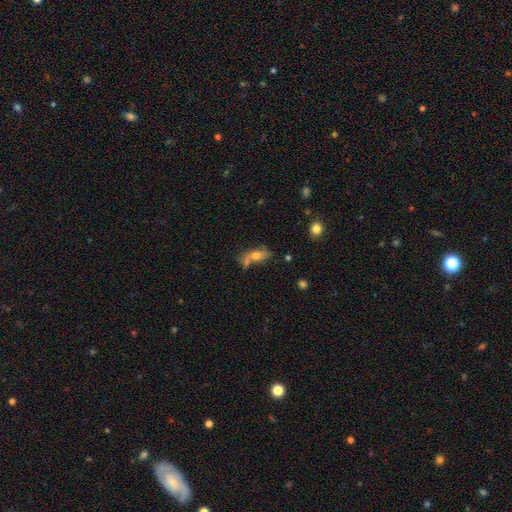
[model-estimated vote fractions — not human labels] The model was most divided on "merging": none: 41%, merger: 31%, minor disturbance: 18%, major disturbance: 10%. More confident: how rounded — in between (69%); smooth or featured — smooth (53%).